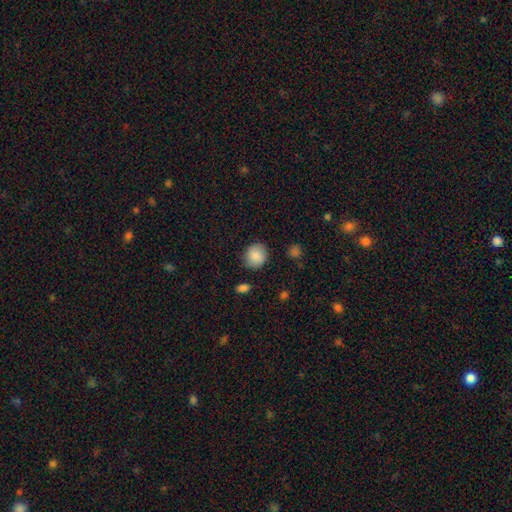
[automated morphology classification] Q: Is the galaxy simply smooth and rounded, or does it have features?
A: smooth — 85%.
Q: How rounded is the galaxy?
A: round — 82%.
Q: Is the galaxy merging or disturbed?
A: none — 84%.